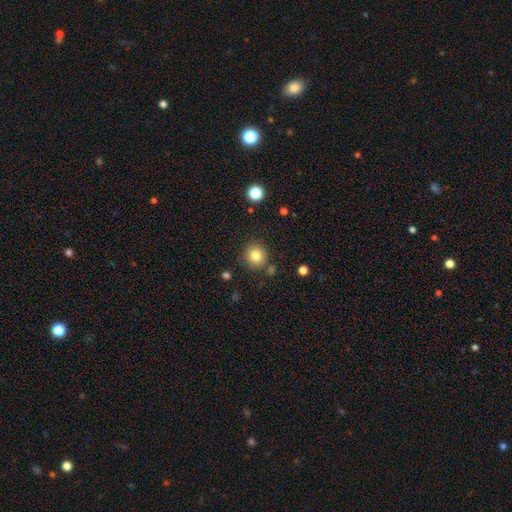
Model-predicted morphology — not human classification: Smooth or featured: smooth — 82% (star or artifact — 11%)
How rounded: round — 90% (in between — 9%)
Merging: none — 83% (minor disturbance — 9%)